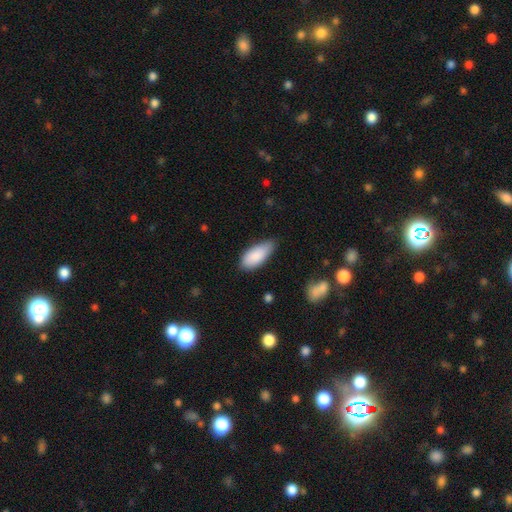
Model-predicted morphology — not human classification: smooth-or-featured: smooth: 87% | featured or disk: 7% | star or artifact: 6%
  how-rounded: in between: 88% | cigar-shaped: 10% | round: 2%
  merging: none: 64% | minor disturbance: 30% | major disturbance: 4% | merger: 2%